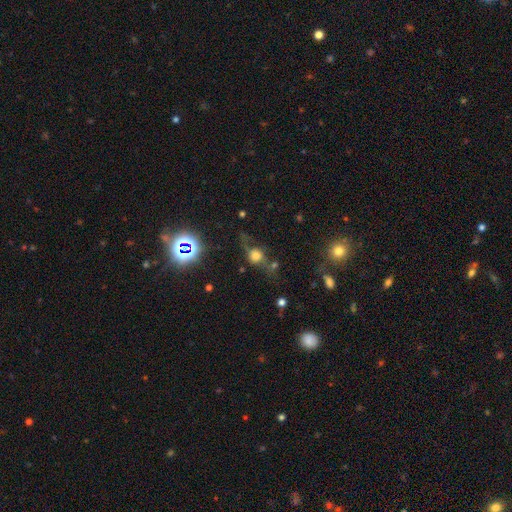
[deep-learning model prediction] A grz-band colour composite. It shows a smooth galaxy with no disk features (47%). Merging: none (49%).